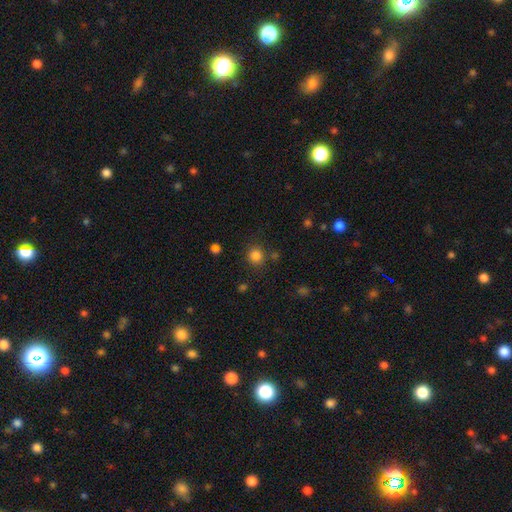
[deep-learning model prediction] Smooth or featured? Predicted: smooth (p=0.83). How rounded? Predicted: round (p=0.89). Merging? Predicted: none (p=0.82).